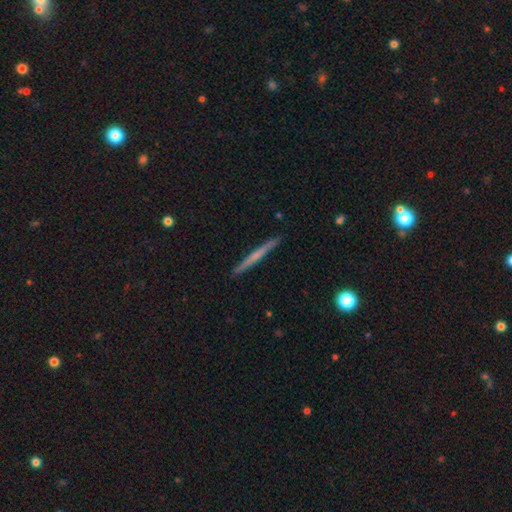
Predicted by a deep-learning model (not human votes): A smooth galaxy with no disk features (47%, tied with featured or disk). Merging: none (91%).